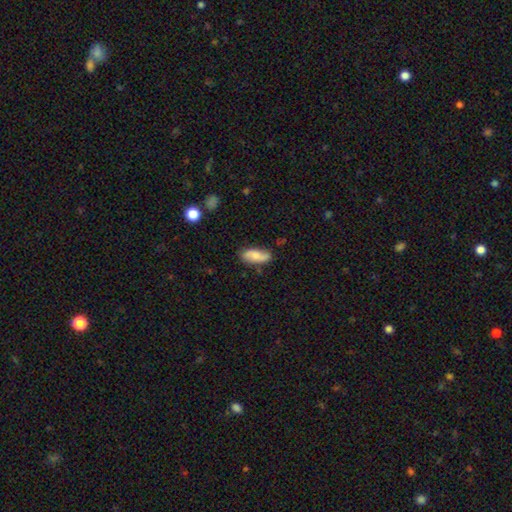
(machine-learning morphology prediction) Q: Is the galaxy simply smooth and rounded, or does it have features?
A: smooth — 61%.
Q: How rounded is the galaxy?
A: in between — 80%.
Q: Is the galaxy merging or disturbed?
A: none — 73%.